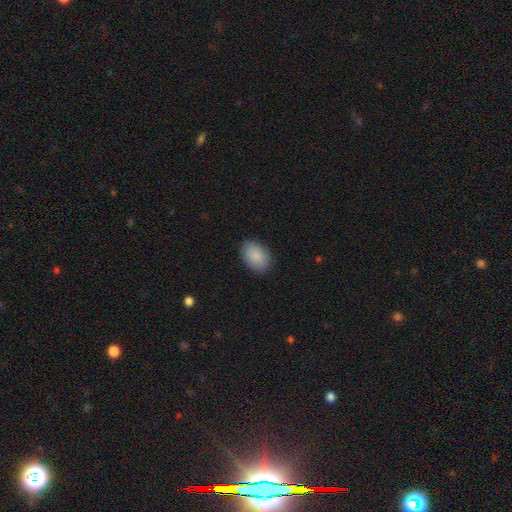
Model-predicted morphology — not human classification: Overall: smooth (89%). How rounded: in between (86%). Merging: none (88%).